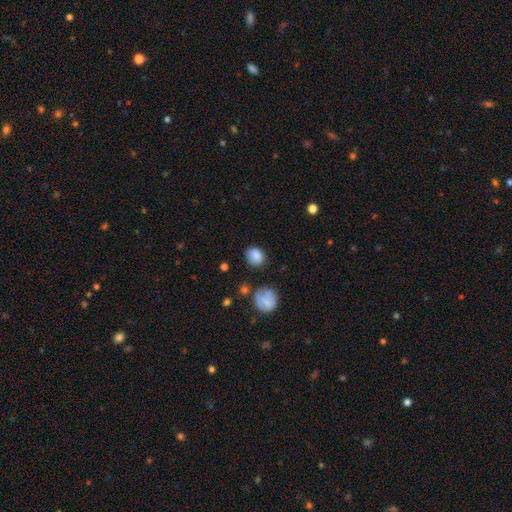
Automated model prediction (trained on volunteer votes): Smooth or featured: smooth — 84% (star or artifact — 9%)
How rounded: round — 62% (in between — 37%)
Merging: none — 75% (minor disturbance — 17%)